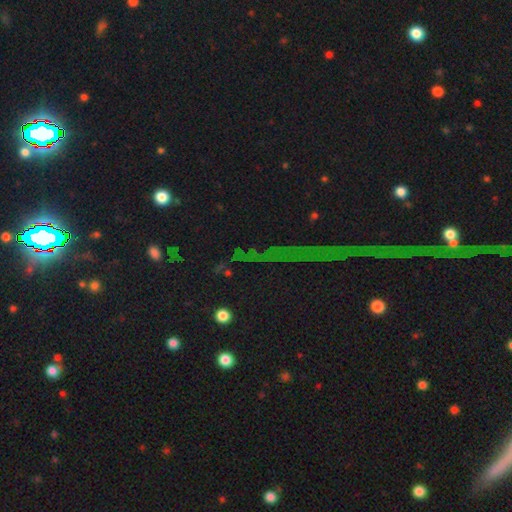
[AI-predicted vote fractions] This appears to be a star or artifact, not a galaxy (81%).